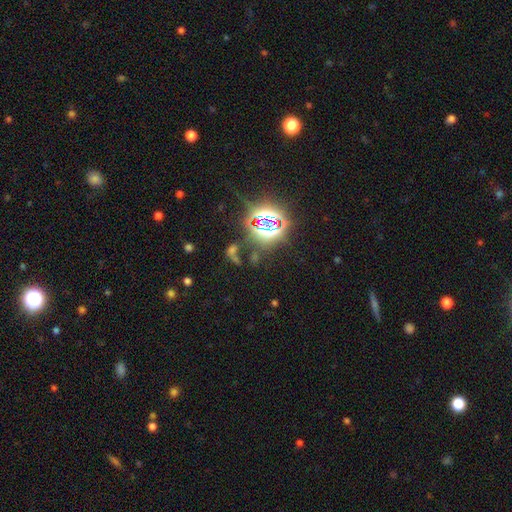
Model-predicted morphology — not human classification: A star or artifact, not a galaxy (74%).

Vote fractions:
- Smooth or featured? star or artifact: 74% / smooth: 16% / featured or disk: 10%